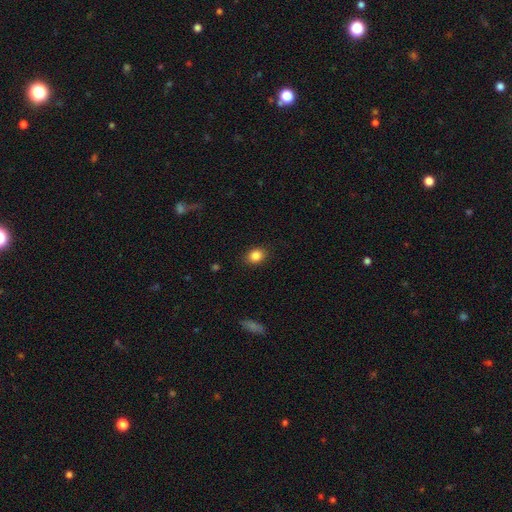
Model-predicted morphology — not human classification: smooth-or-featured: smooth: 86% | star or artifact: 10% | featured or disk: 5%
  how-rounded: in between: 53% | round: 46% | cigar-shaped: 1%
  merging: none: 88% | minor disturbance: 9% | major disturbance: 2% | merger: 1%